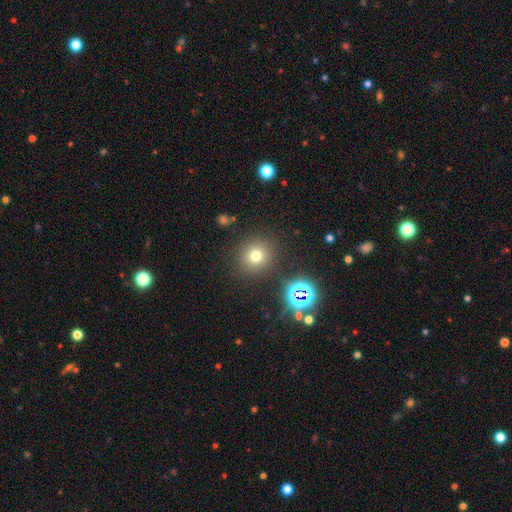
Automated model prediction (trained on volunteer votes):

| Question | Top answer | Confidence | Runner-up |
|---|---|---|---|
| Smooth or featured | smooth | 70% | star or artifact (21%) |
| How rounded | round | 91% | in between (8%) |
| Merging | none | 87% | minor disturbance (7%) |